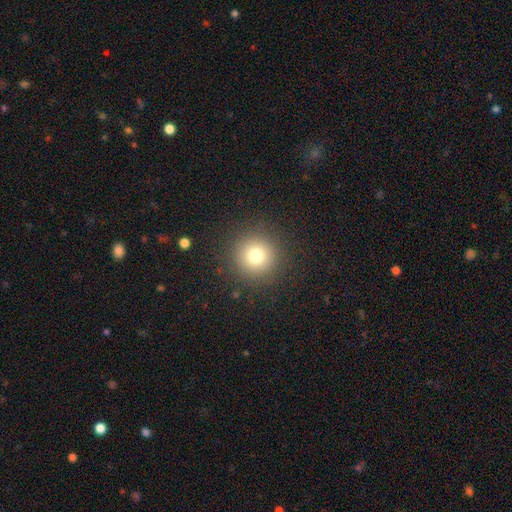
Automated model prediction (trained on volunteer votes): A smooth galaxy with no disk features (75%) that is round (96%).

Vote fractions:
- Smooth or featured? smooth: 75% / star or artifact: 15% / featured or disk: 10%
- How rounded? round: 96% / in between: 3% / cigar-shaped: 1%
- Merging? none: 90% / minor disturbance: 6% / major disturbance: 3% / merger: 1%